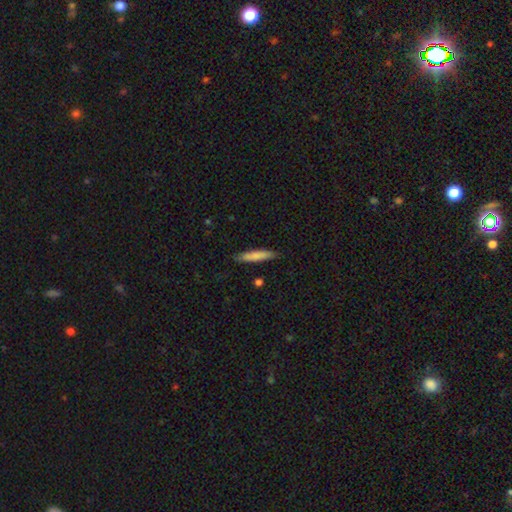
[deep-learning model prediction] This is likely a smooth galaxy (78%). How rounded: clearly cigar-shaped (89%). Merging: clearly none (85%).